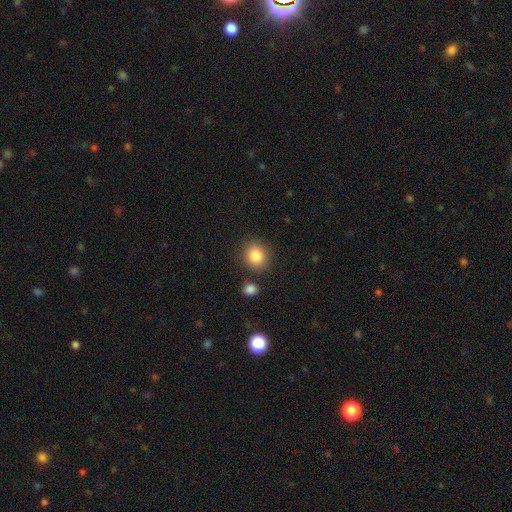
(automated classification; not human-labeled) A smooth galaxy with no disk features (85%) that is round (79%). Merging: none (83%).